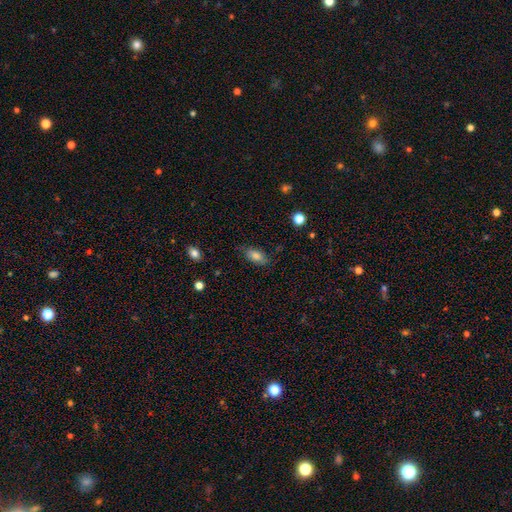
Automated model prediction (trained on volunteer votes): A smooth galaxy with no disk features (77%) that is in between round and cigar-shaped (87%).

Vote fractions:
- Smooth or featured? smooth: 77% / featured or disk: 14% / star or artifact: 9%
- How rounded? in between: 87% / cigar-shaped: 8% / round: 5%
- Merging? none: 77% / minor disturbance: 18% / major disturbance: 4% / merger: 1%